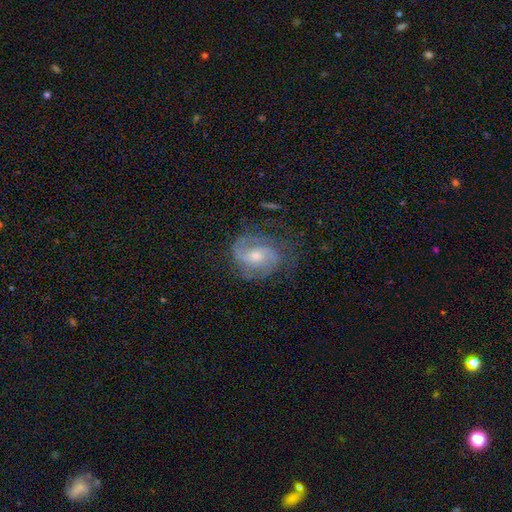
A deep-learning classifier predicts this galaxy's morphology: This appears to be a featured or disk galaxy (81%) with no bar (48%), 2 (70%) medium (47%) spiral arms (94%) and a moderate central bulge (51%). Merging: none (65%).